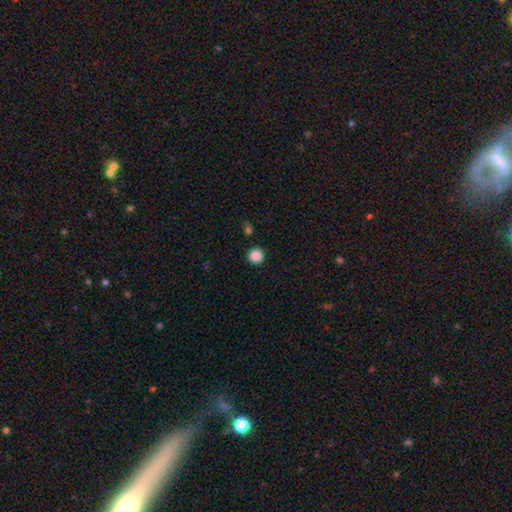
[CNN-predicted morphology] This appears to be a smooth galaxy with no disk features (87%) that is round (96%). Merging: none (92%).